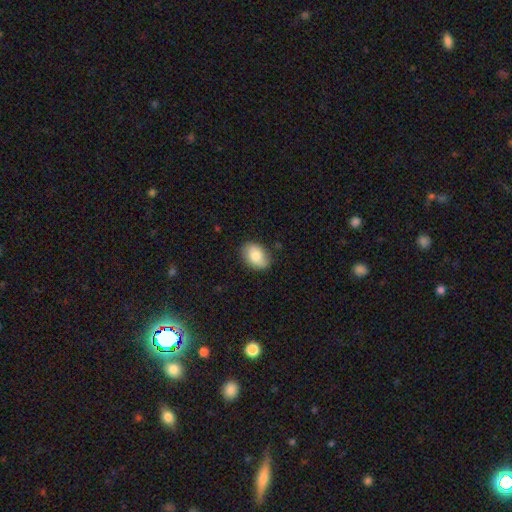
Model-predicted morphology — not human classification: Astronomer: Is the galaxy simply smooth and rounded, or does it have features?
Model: smooth — 80%.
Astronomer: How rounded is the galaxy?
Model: in between — 83%.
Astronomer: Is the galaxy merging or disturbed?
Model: none — 82%.